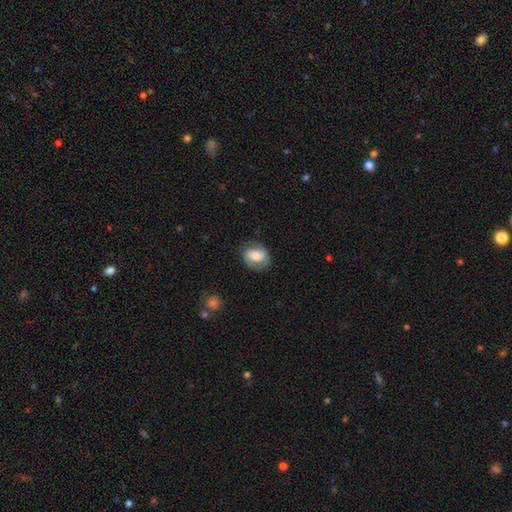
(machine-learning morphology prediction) Smooth or featured? featured or disk (48%)
Merging? none (75%)